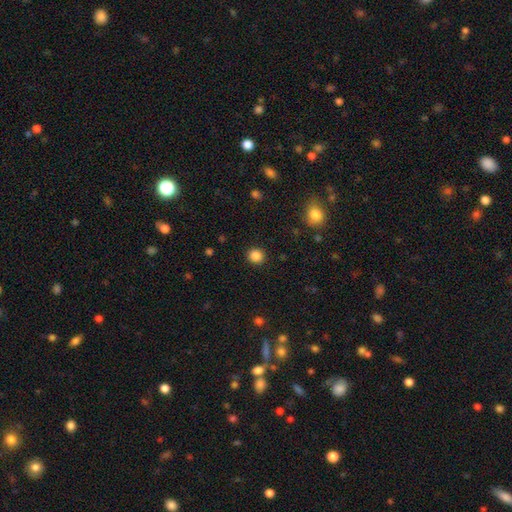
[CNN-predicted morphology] Smooth or featured?
  - smooth: 86% *
  - star or artifact: 11%
  - featured or disk: 3%
How rounded?
  - round: 90% *
  - in between: 9%
  - cigar-shaped: 1%
Merging?
  - none: 91% *
  - minor disturbance: 6%
  - major disturbance: 2%
  - merger: 1%